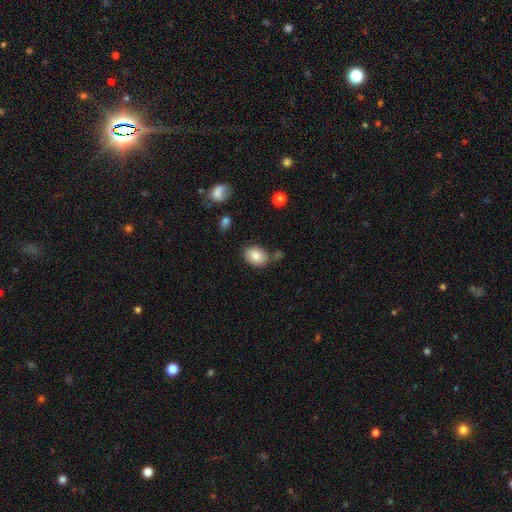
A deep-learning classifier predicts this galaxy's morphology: smooth 83%, featured or disk 9%, star or artifact 8%. Down the decision tree: how rounded — in between (65%); merging — none (74%).